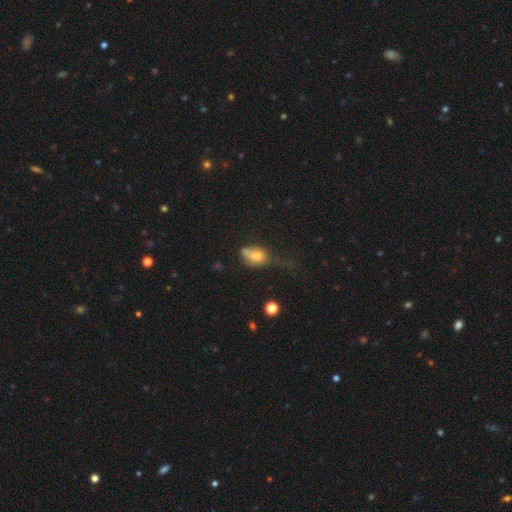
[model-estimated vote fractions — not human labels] Smooth or featured: smooth — 70% (featured or disk — 19%)
How rounded: in between — 73% (round — 24%)
Merging: none — 28% (minor disturbance — 27%)